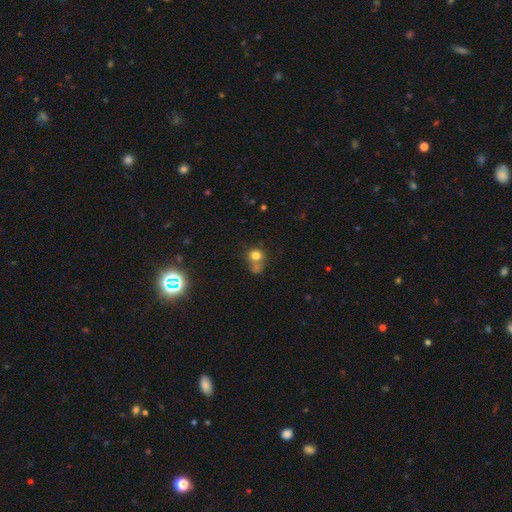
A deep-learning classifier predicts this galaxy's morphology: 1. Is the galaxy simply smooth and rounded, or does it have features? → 76% smooth, 13% star or artifact, 10% featured or disk.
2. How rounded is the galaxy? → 82% round, 17% in between, 1% cigar-shaped.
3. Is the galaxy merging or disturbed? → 44% none, 34% merger, 14% minor disturbance, 8% major disturbance.